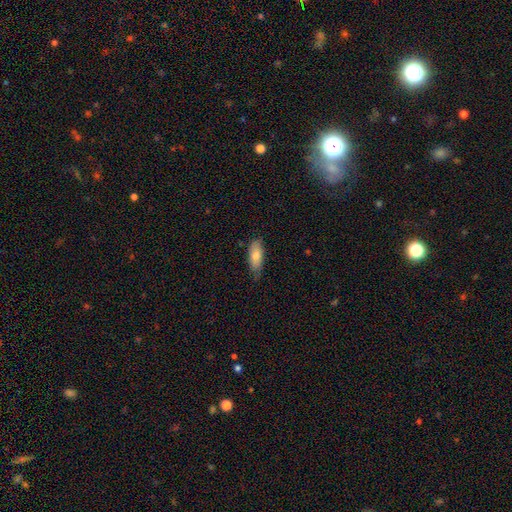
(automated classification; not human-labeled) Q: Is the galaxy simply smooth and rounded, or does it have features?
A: smooth — 72%.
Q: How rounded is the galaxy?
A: in between — 75%.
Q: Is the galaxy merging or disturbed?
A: none — 69%.